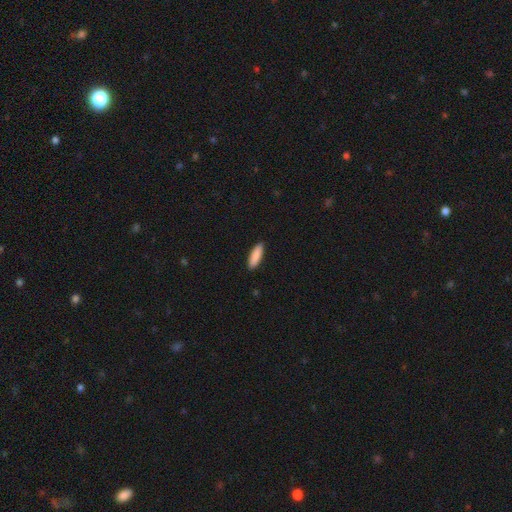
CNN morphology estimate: smooth 88%, featured or disk 6%, star or artifact 6%. Down the decision tree: how rounded — cigar-shaped (58%); merging — none (91%).